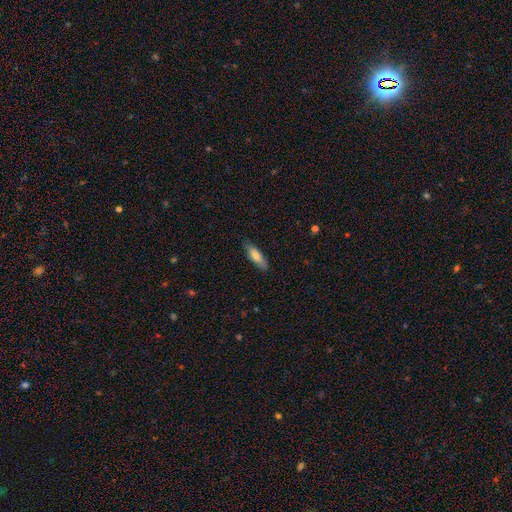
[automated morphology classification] type=smooth (76%); roundness=in between (49%, tied with cigar-shaped); merging=none (81%).